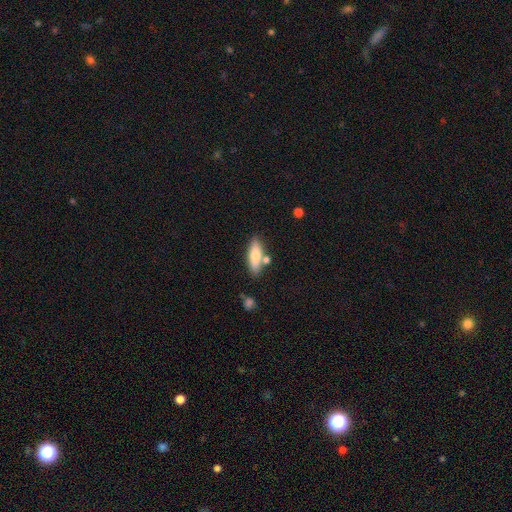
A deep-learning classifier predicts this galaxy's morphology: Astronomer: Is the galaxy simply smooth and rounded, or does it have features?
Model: smooth — 71%.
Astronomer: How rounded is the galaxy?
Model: in between — 62%.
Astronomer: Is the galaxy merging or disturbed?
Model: none — 71%.